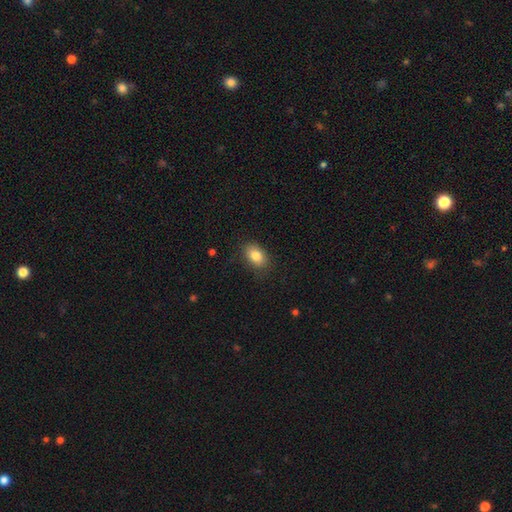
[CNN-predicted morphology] Overall: smooth (84%). How rounded: in between (82%). Merging: none (84%).